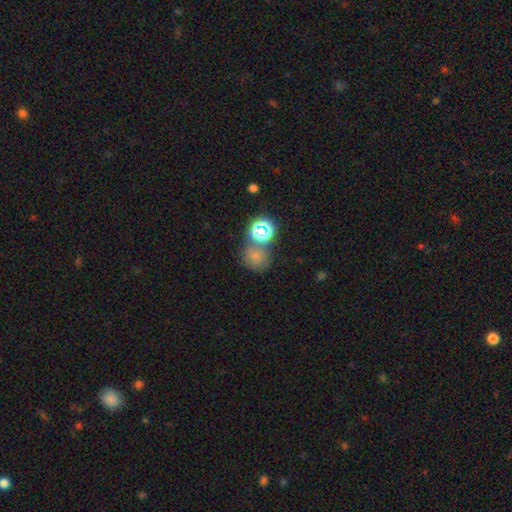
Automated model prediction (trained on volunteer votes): Smooth or featured: smooth — 64% (star or artifact — 26%)
How rounded: round — 78% (in between — 21%)
Merging: none — 53% (merger — 25%)